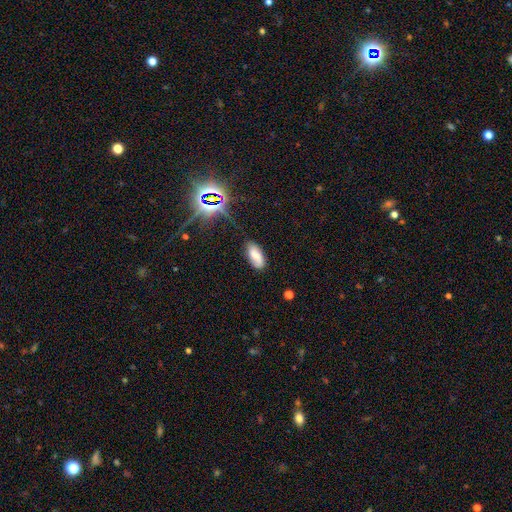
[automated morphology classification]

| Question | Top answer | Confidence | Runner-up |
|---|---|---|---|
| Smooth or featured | smooth | 74% | featured or disk (14%) |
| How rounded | in between | 89% | cigar-shaped (8%) |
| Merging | none | 70% | minor disturbance (22%) |